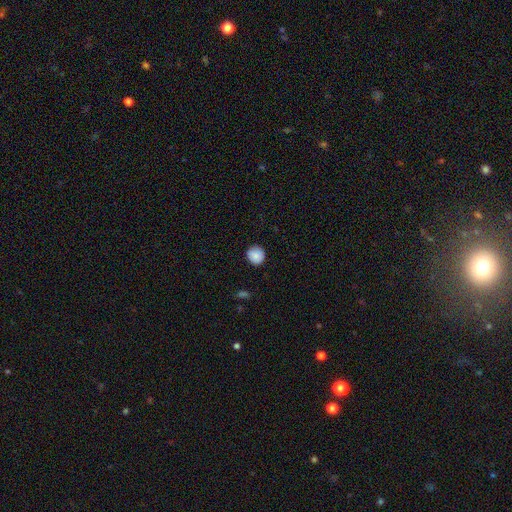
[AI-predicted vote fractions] Morphology: type=smooth (88%); roundness=round (91%); merging=none (89%).